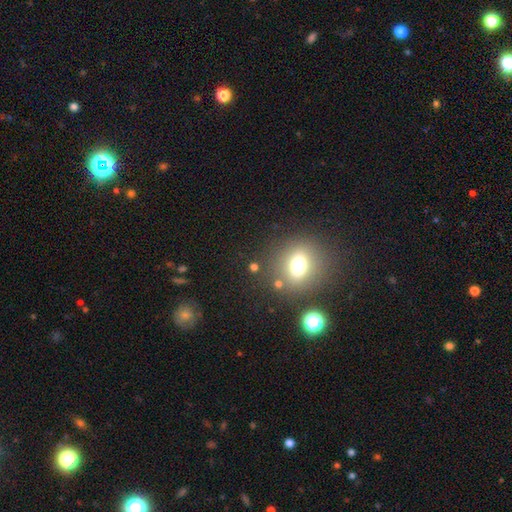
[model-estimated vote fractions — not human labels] Morphology: type=smooth (55%); roundness=round (74%); merging=none (83%).